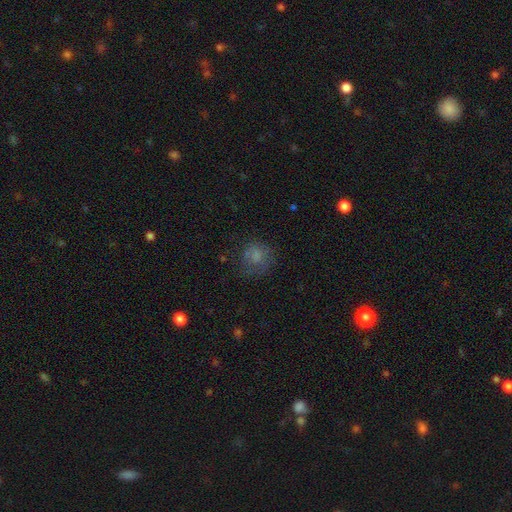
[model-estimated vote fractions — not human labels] smooth_or_featured: smooth (p=0.68) [alt: featured or disk p=0.18]
how_rounded: round (p=0.76) [alt: in between p=0.23]
merging: none (p=0.55) [alt: minor disturbance p=0.22]